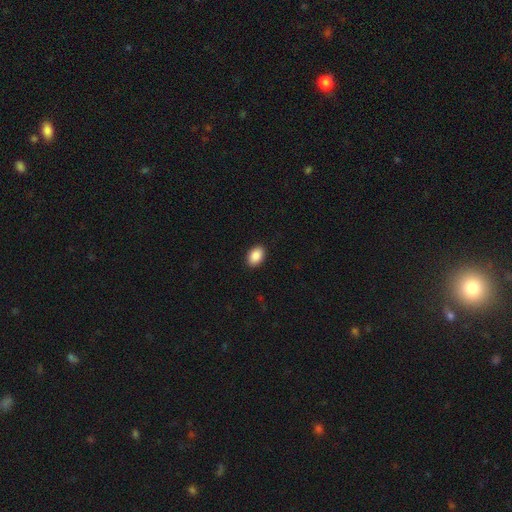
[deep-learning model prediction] Smooth or featured?
  - smooth: 90% *
  - star or artifact: 7%
  - featured or disk: 3%
How rounded?
  - in between: 88% *
  - round: 11%
  - cigar-shaped: 1%
Merging?
  - none: 90% *
  - minor disturbance: 7%
  - major disturbance: 2%
  - merger: 1%